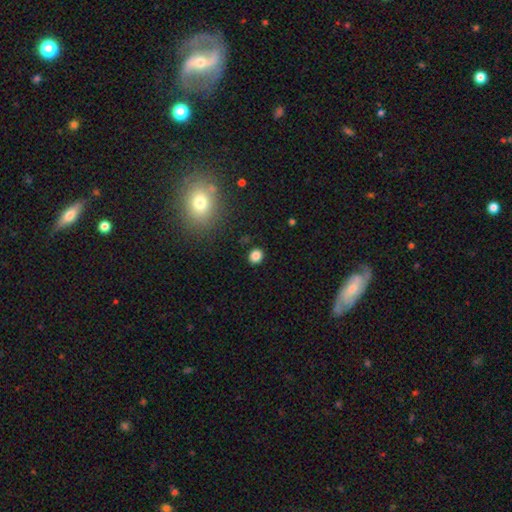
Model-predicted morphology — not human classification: Smooth or featured?
  - smooth: 84% *
  - star or artifact: 12%
  - featured or disk: 4%
How rounded?
  - round: 74% *
  - in between: 25%
  - cigar-shaped: 1%
Merging?
  - none: 89% *
  - minor disturbance: 7%
  - major disturbance: 2%
  - merger: 2%